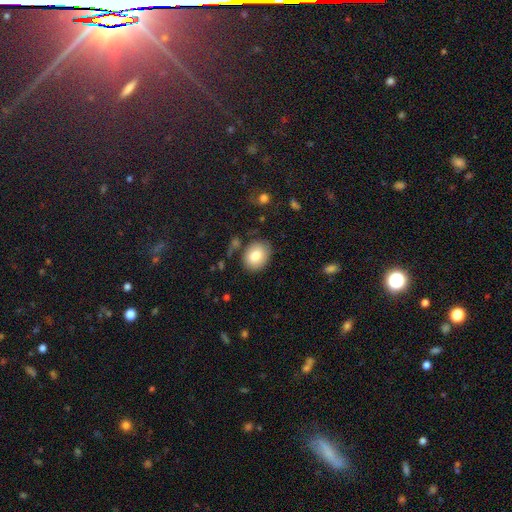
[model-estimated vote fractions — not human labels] A smooth galaxy with no disk features (80%) that is in between round and cigar-shaped (55%).

Vote fractions:
- Smooth or featured? smooth: 80% / featured or disk: 12% / star or artifact: 8%
- How rounded? in between: 55% / round: 44% / cigar-shaped: 1%
- Merging? none: 78% / minor disturbance: 15% / major disturbance: 4% / merger: 4%